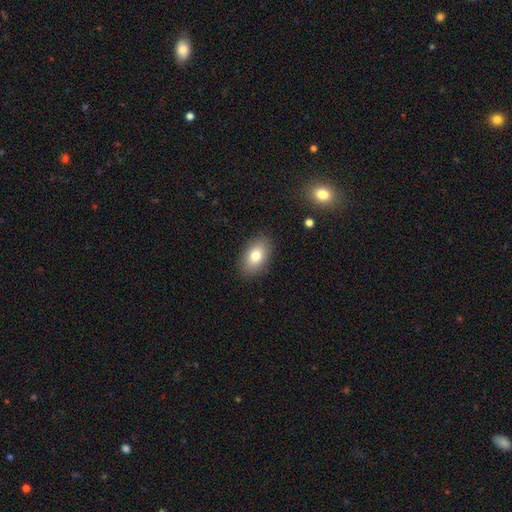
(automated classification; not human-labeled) A smooth galaxy with no disk features (78%) that is in between round and cigar-shaped (90%). Merging: none (88%).